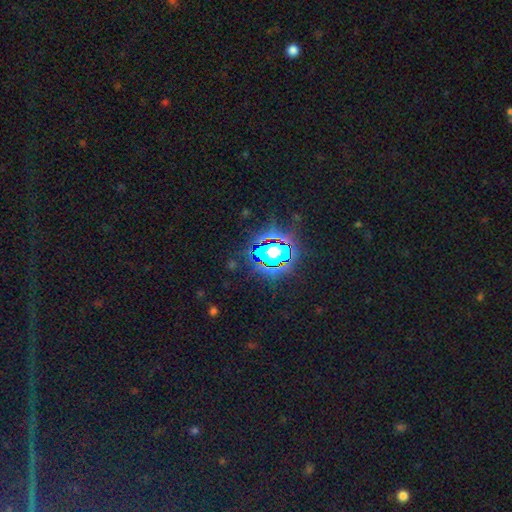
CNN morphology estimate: This appears to be a star or artifact, not a galaxy (80%).